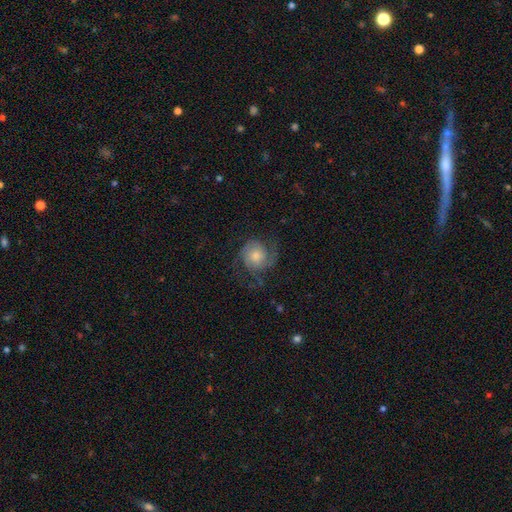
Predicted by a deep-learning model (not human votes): Smooth or featured? featured or disk (73%)
Edge-on disk? no (98%)
Bar? no (77%)
Spiral arms? yes (94%)
Spiral winding? medium (43%)
Spiral arm count? 2 (66%)
Bulge size? moderate (50%)
Merging? none (67%)